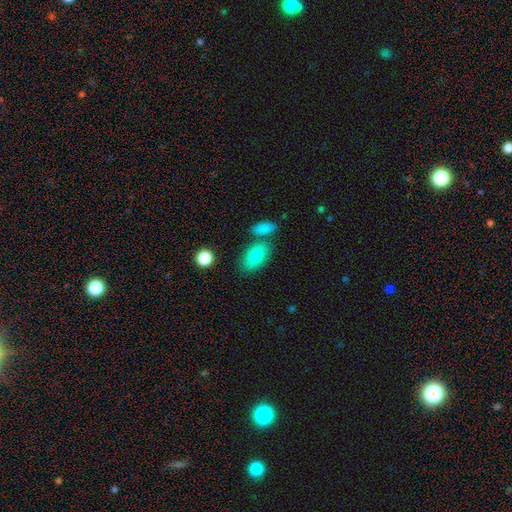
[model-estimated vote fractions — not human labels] smooth-or-featured: smooth: 80% | featured or disk: 13% | star or artifact: 7%
  how-rounded: in between: 89% | round: 9% | cigar-shaped: 2%
  merging: none: 70% | merger: 14% | minor disturbance: 13% | major disturbance: 4%